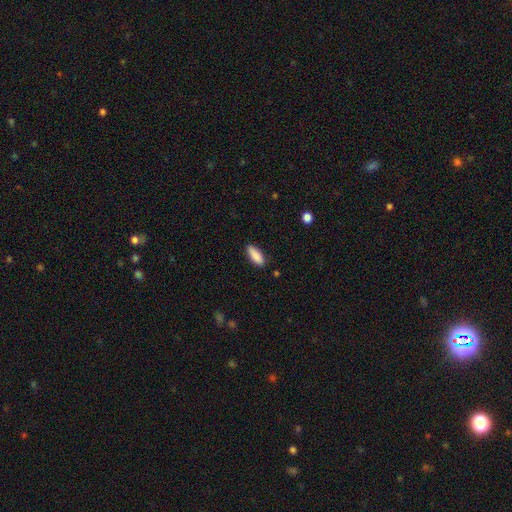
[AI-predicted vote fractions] smooth-or-featured: smooth: 88% | star or artifact: 6% | featured or disk: 5%
  how-rounded: in between: 71% | cigar-shaped: 27% | round: 2%
  merging: none: 85% | minor disturbance: 11% | major disturbance: 2% | merger: 1%